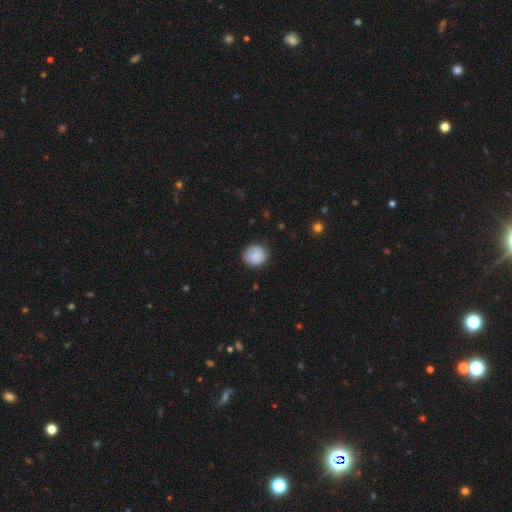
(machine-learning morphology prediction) Smooth or featured?
  - smooth: 84% *
  - featured or disk: 9%
  - star or artifact: 7%
How rounded?
  - round: 87% *
  - in between: 12%
  - cigar-shaped: 1%
Merging?
  - none: 84% *
  - minor disturbance: 12%
  - major disturbance: 3%
  - merger: 1%